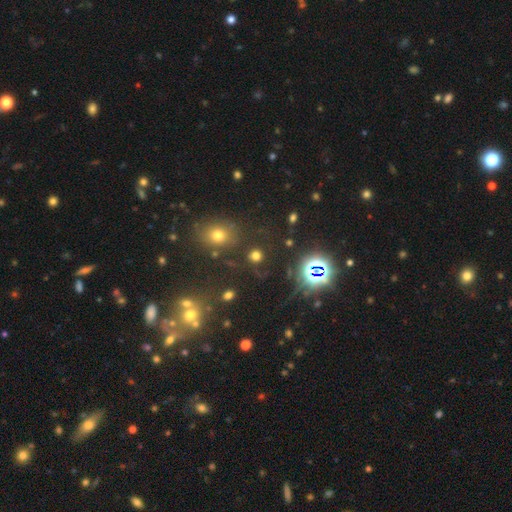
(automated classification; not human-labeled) The model was most divided on "smooth or featured": smooth: 62%, star or artifact: 31%, featured or disk: 7%. More confident: how rounded — round (88%); merging — none (79%).